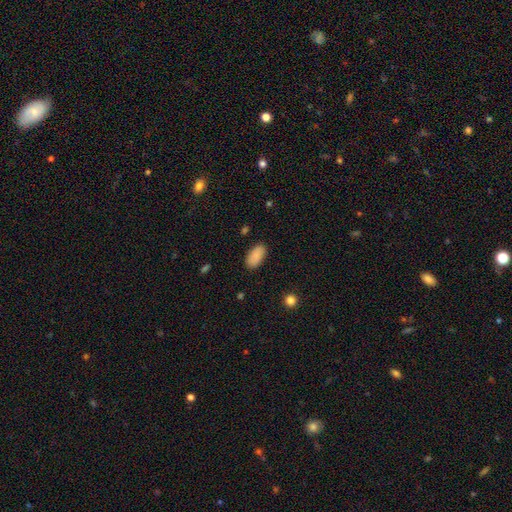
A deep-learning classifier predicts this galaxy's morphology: Smooth or featured? smooth (89%)
How rounded? in between (95%)
Merging? none (87%)